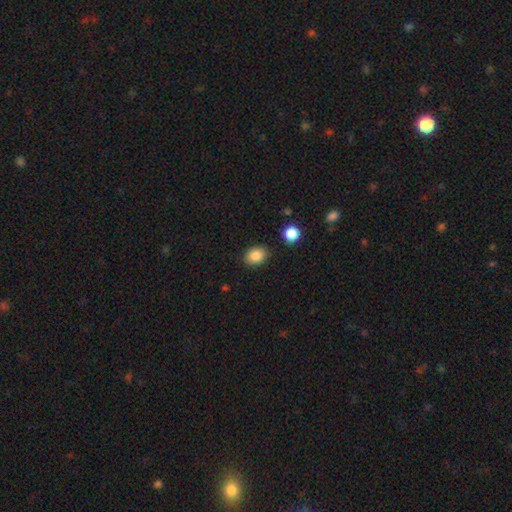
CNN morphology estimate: A smooth galaxy with no disk features (87%) that is in between round and cigar-shaped (66%).

Vote fractions:
- Smooth or featured? smooth: 87% / star or artifact: 9% / featured or disk: 5%
- How rounded? in between: 66% / round: 33% / cigar-shaped: 1%
- Merging? none: 86% / minor disturbance: 9% / merger: 3% / major disturbance: 2%